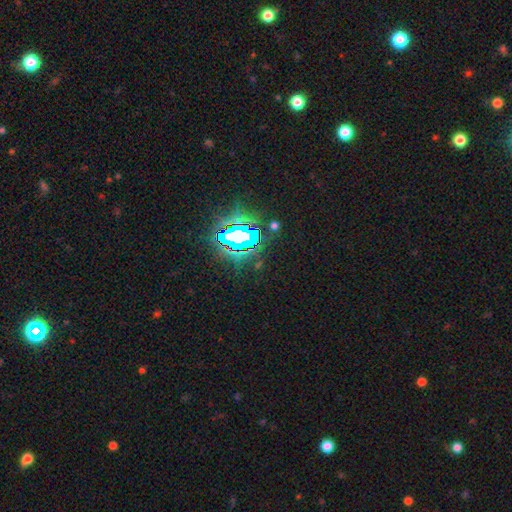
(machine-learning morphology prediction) star or artifact 82%, smooth 11%, featured or disk 7%.